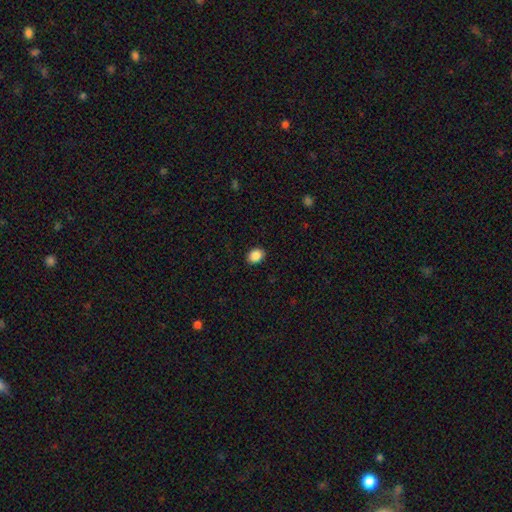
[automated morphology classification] The model was most divided on "how rounded": round: 51%, in between: 48%, cigar-shaped: 1%. More confident: merging — none (90%); smooth or featured — smooth (88%).